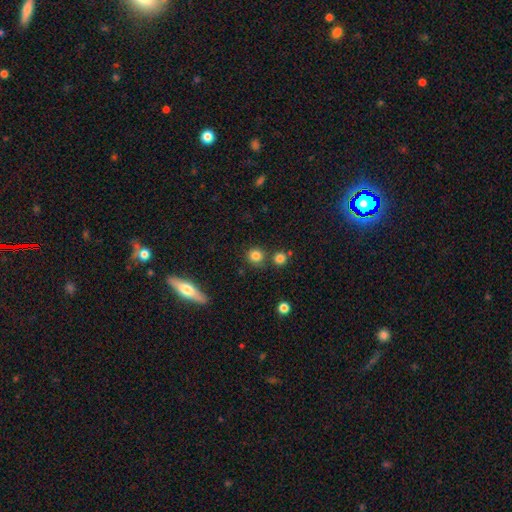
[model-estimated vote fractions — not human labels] Smooth or featured?
  - smooth: 82% *
  - star or artifact: 12%
  - featured or disk: 6%
How rounded?
  - round: 89% *
  - in between: 9%
  - cigar-shaped: 1%
Merging?
  - none: 75% *
  - merger: 13%
  - minor disturbance: 9%
  - major disturbance: 3%